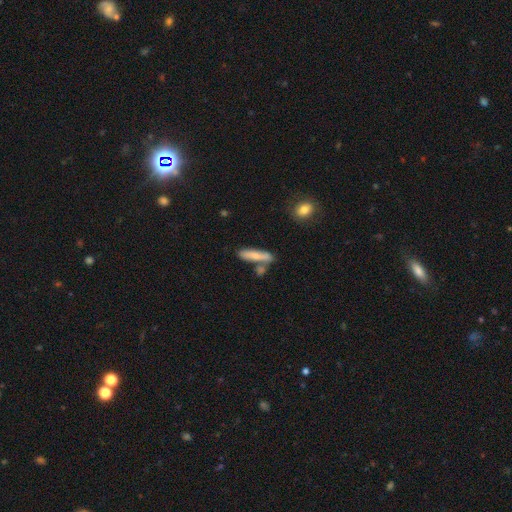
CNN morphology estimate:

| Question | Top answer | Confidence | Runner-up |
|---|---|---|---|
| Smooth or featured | smooth | 75% | featured or disk (19%) |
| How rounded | cigar-shaped | 76% | in between (22%) |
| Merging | none | 66% | merger (17%) |